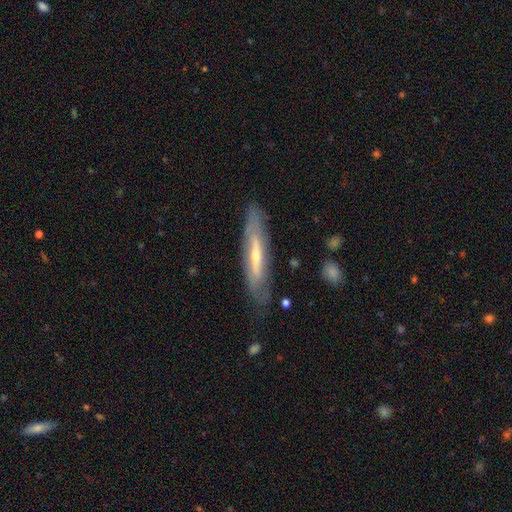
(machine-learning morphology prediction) smooth_or_featured: featured or disk (p=0.64) [alt: smooth p=0.30]
disk_edge_on: yes (p=0.62) [alt: no p=0.38]
merging: none (p=0.79) [alt: minor disturbance p=0.16]